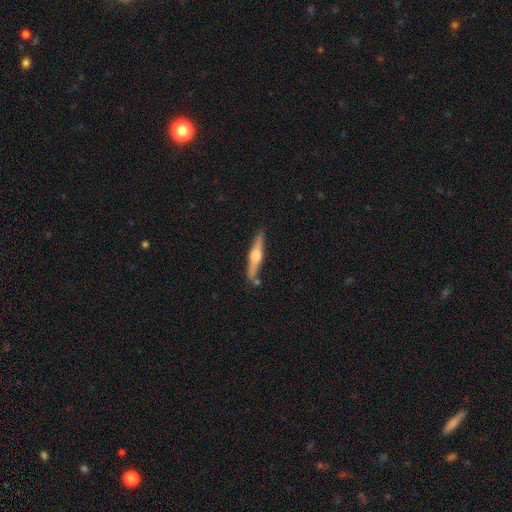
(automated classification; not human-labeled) Smooth or featured? featured or disk (66%)
Edge-on disk? yes (97%)
Edge-on bulge? rounded (93%)
Merging? none (83%)